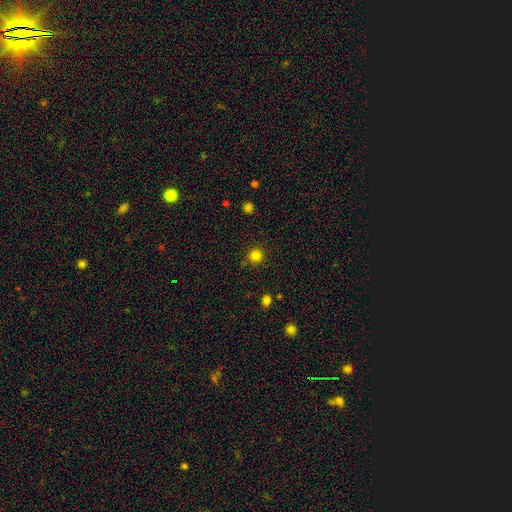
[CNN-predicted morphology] smooth_or_featured: smooth (p=0.82) [alt: star or artifact p=0.14]
how_rounded: round (p=0.94) [alt: in between p=0.05]
merging: none (p=0.88) [alt: minor disturbance p=0.07]